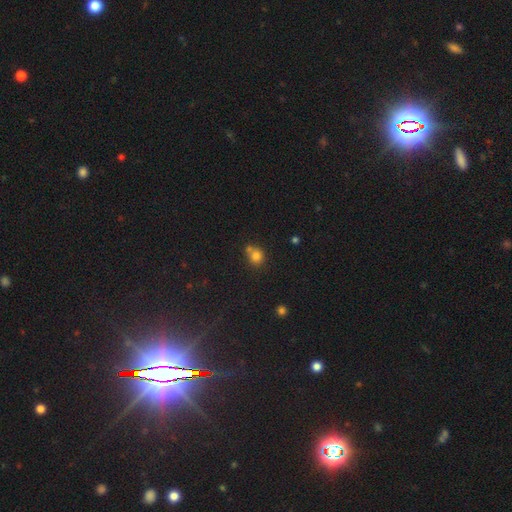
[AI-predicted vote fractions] smooth-or-featured: smooth: 79% | star or artifact: 13% | featured or disk: 8%
  how-rounded: round: 79% | in between: 20% | cigar-shaped: 1%
  merging: none: 51% | merger: 34% | minor disturbance: 12% | major disturbance: 4%